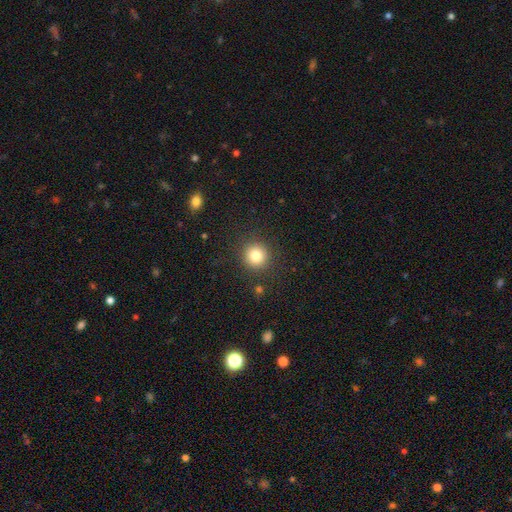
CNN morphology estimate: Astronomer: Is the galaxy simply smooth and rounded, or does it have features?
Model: smooth — 81%.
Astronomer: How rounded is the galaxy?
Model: round — 94%.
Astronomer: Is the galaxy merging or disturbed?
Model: none — 90%.